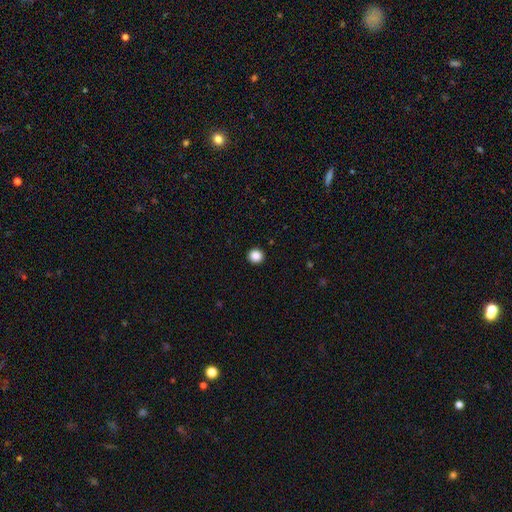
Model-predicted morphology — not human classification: A smooth galaxy with no disk features (87%) that is round (94%). Merging: none (94%).